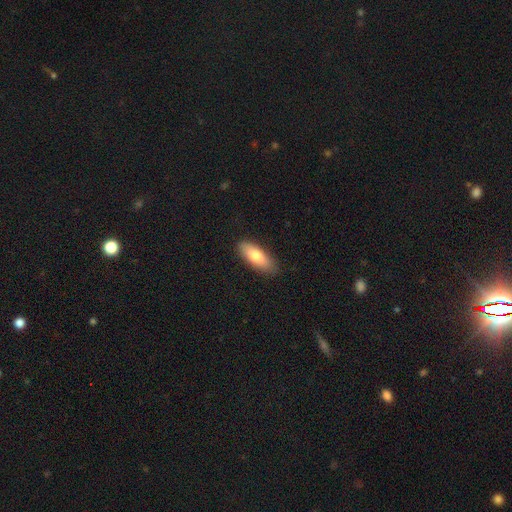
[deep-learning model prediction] Smooth or featured?
  - smooth: 76% *
  - featured or disk: 18%
  - star or artifact: 6%
How rounded?
  - in between: 70% *
  - cigar-shaped: 28%
  - round: 2%
Merging?
  - none: 85% *
  - minor disturbance: 12%
  - major disturbance: 2%
  - merger: 1%